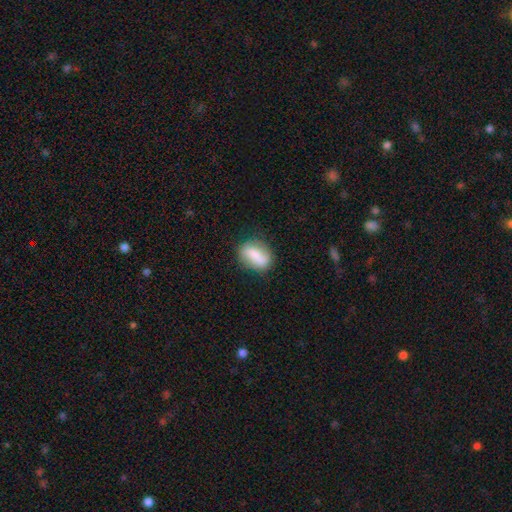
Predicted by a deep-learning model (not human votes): Smooth or featured? smooth (67%)
How rounded? in between (78%)
Merging? none (74%)